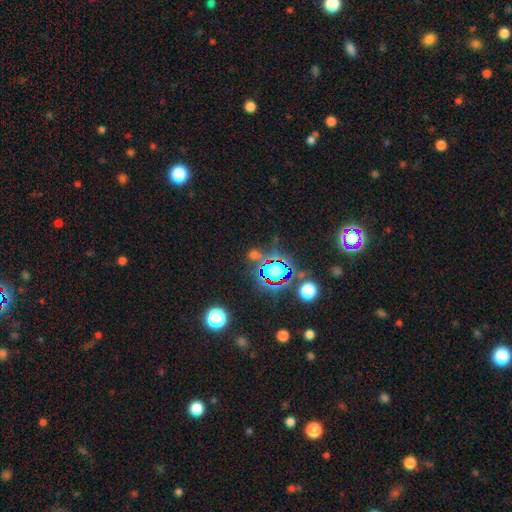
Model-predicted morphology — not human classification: smooth_or_featured: star or artifact (p=0.65) [alt: smooth p=0.25]